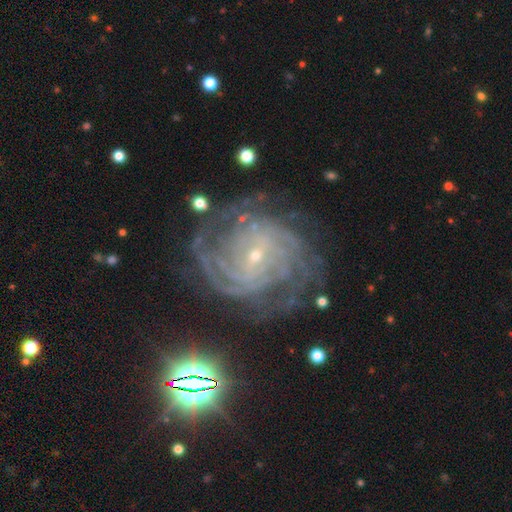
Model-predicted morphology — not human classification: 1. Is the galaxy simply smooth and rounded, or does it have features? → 88% featured or disk, 8% star or artifact, 5% smooth.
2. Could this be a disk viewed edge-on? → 97% no, 3% yes.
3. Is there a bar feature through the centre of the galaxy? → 43% weak, 39% no, 18% strong.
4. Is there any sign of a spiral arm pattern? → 97% yes, 3% no.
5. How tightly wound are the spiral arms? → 69% tight, 26% medium, 5% loose.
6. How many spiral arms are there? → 27% can't tell, 23% 4, 15% more than 4, 14% 3, 13% 2, 8% 1.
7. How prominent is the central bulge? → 83% small, 14% moderate, 2% none, 1% large, 1% dominant.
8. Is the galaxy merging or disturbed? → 71% none, 17% minor disturbance, 10% major disturbance, 2% merger.